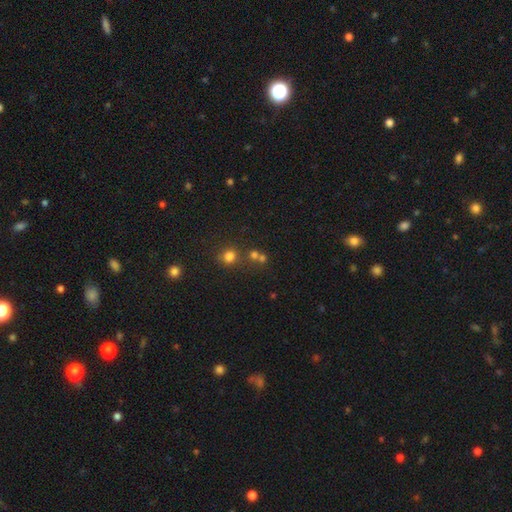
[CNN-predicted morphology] smooth 67%, star or artifact 23%, featured or disk 10%. Down the decision tree: how rounded — round (86%); merging — none (52%).